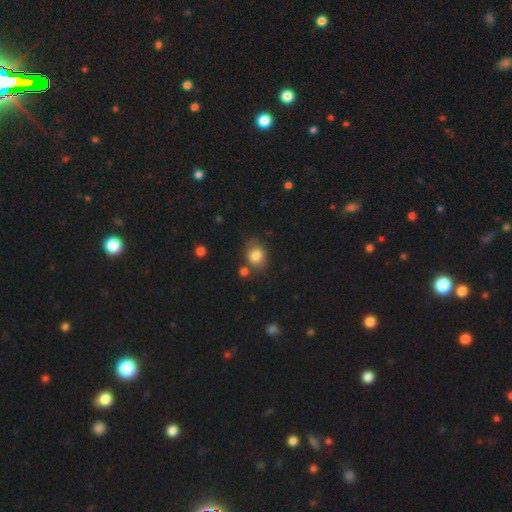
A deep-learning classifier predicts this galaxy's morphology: Smooth or featured? smooth (83%)
How rounded? round (50%)
Merging? none (66%)